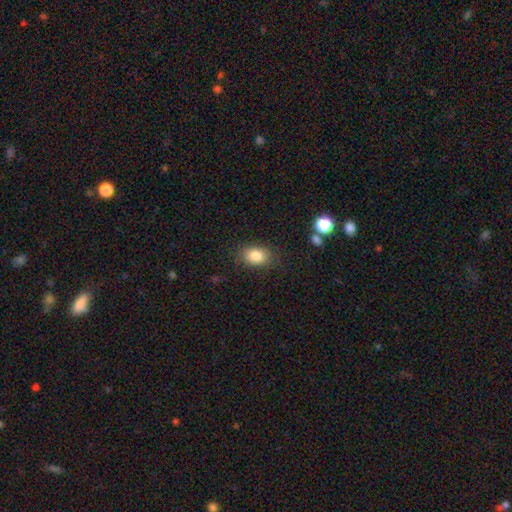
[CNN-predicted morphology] Smooth or featured?
  - smooth: 84% *
  - star or artifact: 9%
  - featured or disk: 7%
How rounded?
  - in between: 72% *
  - round: 26%
  - cigar-shaped: 1%
Merging?
  - none: 83% *
  - minor disturbance: 12%
  - major disturbance: 4%
  - merger: 2%